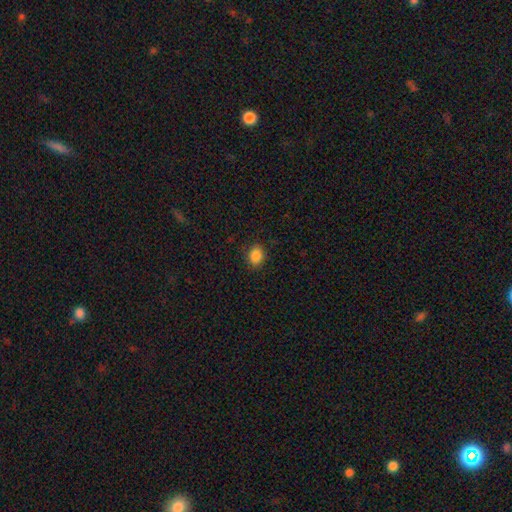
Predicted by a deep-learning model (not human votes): Smooth or featured? Predicted: smooth (p=0.86). How rounded? Predicted: in between (p=0.57). Merging? Predicted: none (p=0.87).